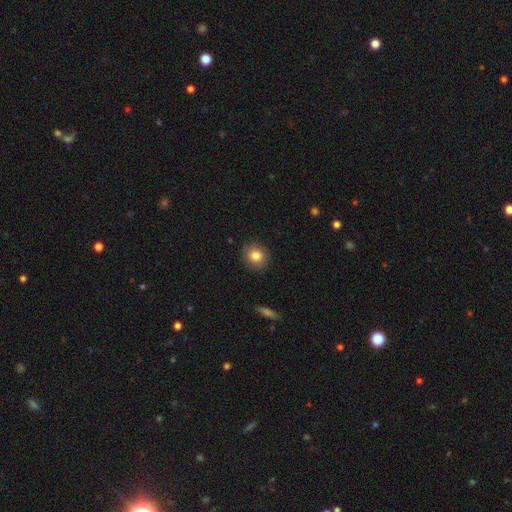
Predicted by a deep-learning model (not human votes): smooth 83%, star or artifact 10%, featured or disk 8%. Down the decision tree: how rounded — round (83%); merging — none (89%).